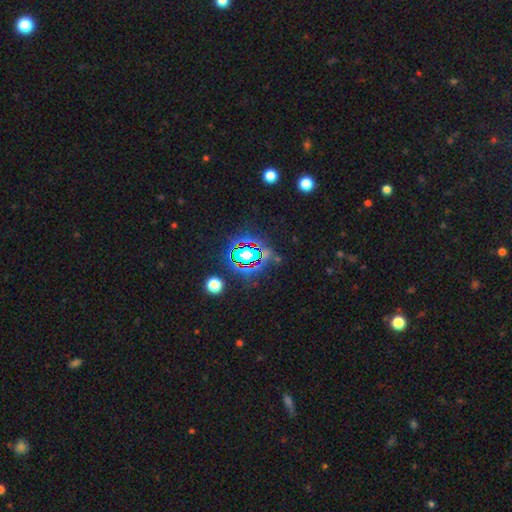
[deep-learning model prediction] star or artifact 71%, smooth 18%, featured or disk 11%.